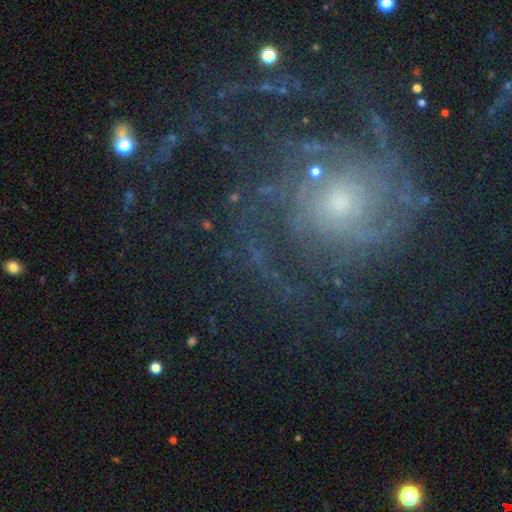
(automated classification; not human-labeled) The model was most divided on "spiral arm count": can't tell: 27%, 2: 19%, 3: 18%, 4: 14%, more than 4: 12%, 1: 10%. More confident: edge-on disk — no (97%); spiral arms — yes (94%); smooth or featured — featured or disk (77%); bar — no (76%); merging — none (67%); bulge size — small (57%); spiral winding — tight (53%).